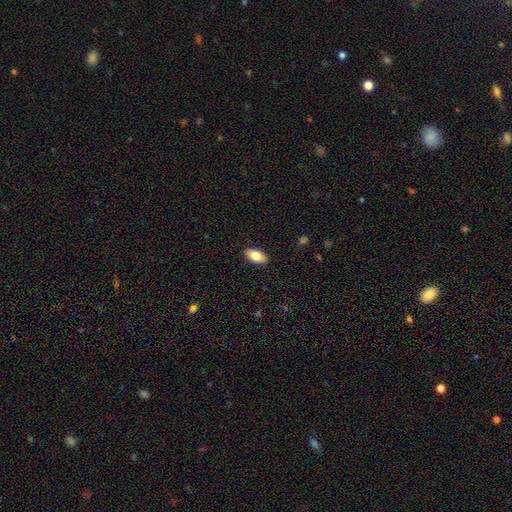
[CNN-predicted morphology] type=smooth (80%); roundness=in between (92%); merging=none (89%).